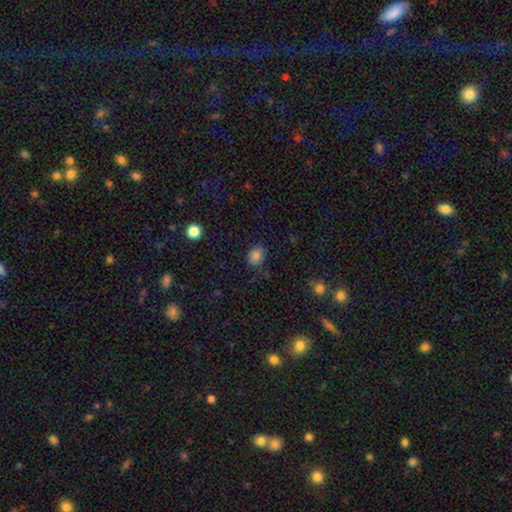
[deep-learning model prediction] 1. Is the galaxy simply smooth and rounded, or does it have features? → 84% smooth, 11% star or artifact, 5% featured or disk.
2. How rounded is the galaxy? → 59% in between, 40% round, 1% cigar-shaped.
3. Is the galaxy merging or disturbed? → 71% none, 22% minor disturbance, 5% major disturbance, 2% merger.